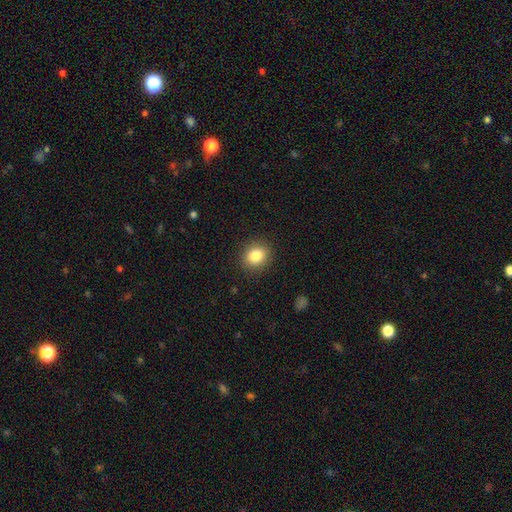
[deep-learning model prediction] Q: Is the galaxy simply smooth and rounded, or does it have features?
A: smooth — 84%.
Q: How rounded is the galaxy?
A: round — 68%.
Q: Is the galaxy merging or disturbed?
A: none — 89%.